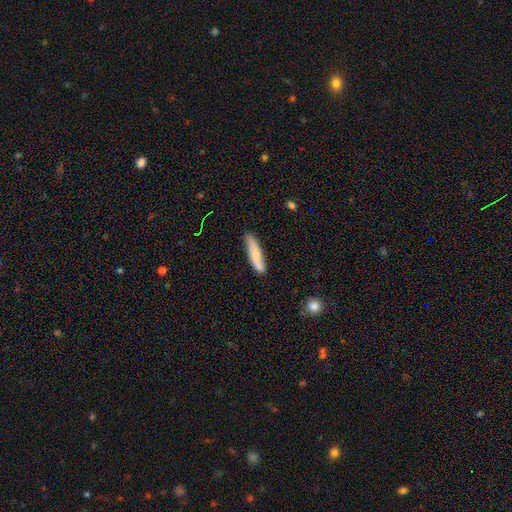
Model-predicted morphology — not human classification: A smooth galaxy with no disk features (65%) that is cigar-shaped (81%). Merging: none (75%).